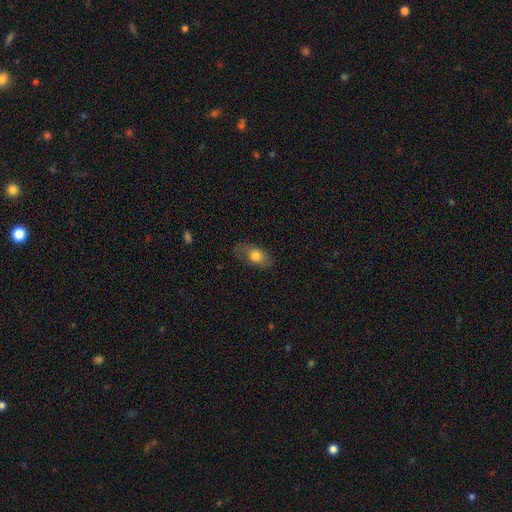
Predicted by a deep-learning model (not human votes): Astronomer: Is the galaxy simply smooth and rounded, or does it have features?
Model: smooth — 72%.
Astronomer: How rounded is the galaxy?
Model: in between — 86%.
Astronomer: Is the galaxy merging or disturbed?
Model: none — 72%.